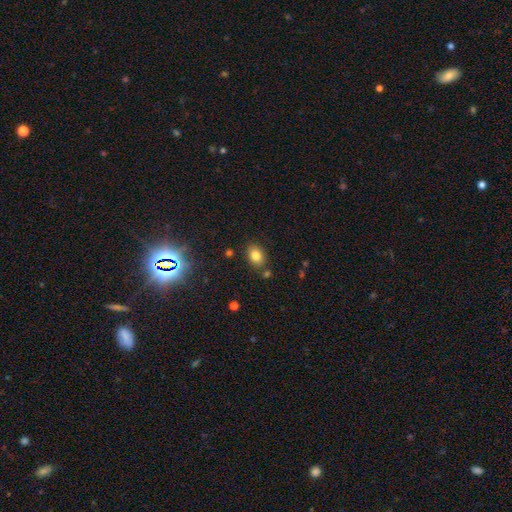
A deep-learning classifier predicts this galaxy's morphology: Overall: smooth (81%). How rounded: in between (71%). Merging: none (80%).